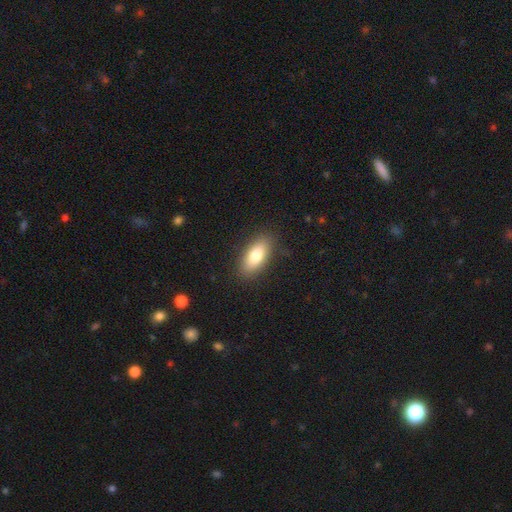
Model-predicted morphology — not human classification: Smooth or featured?
  - smooth: 79% *
  - featured or disk: 14%
  - star or artifact: 7%
How rounded?
  - in between: 86% *
  - cigar-shaped: 11%
  - round: 3%
Merging?
  - none: 86% *
  - minor disturbance: 10%
  - major disturbance: 3%
  - merger: 1%